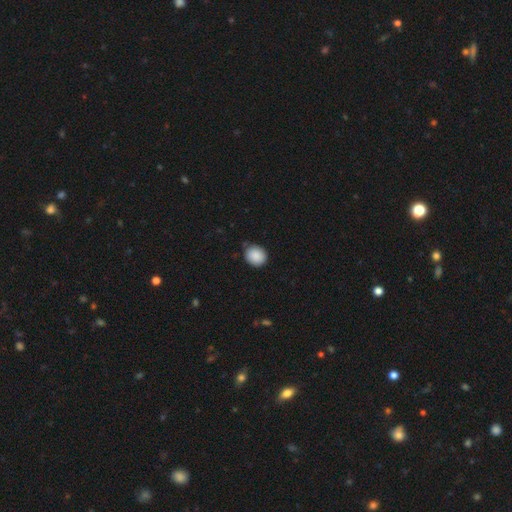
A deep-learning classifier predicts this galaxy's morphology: Q: Smooth or featured?
A: smooth (89%); runner-up: star or artifact (8%)
Q: How rounded?
A: round (74%); runner-up: in between (25%)
Q: Merging?
A: none (82%); runner-up: minor disturbance (14%)